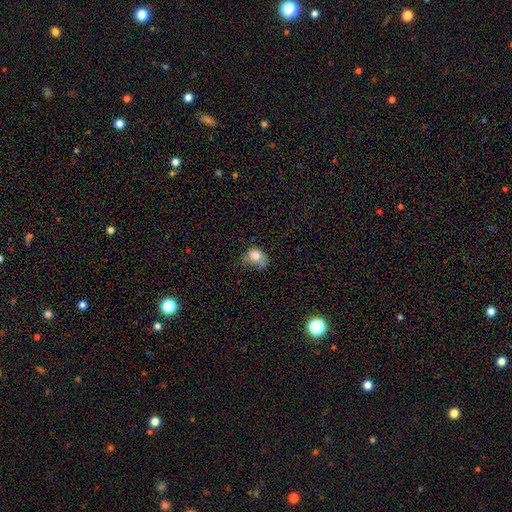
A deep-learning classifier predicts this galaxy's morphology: smooth 76%, featured or disk 14%, star or artifact 10%. Down the decision tree: how rounded — in between (55%); merging — minor disturbance (40%).